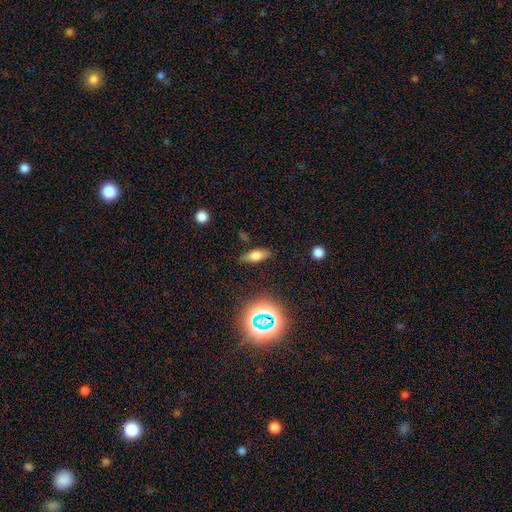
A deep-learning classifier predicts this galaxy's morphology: Smooth or featured? Predicted: smooth (p=0.61). How rounded? Predicted: in between (p=0.65). Merging? Predicted: none (p=0.82).